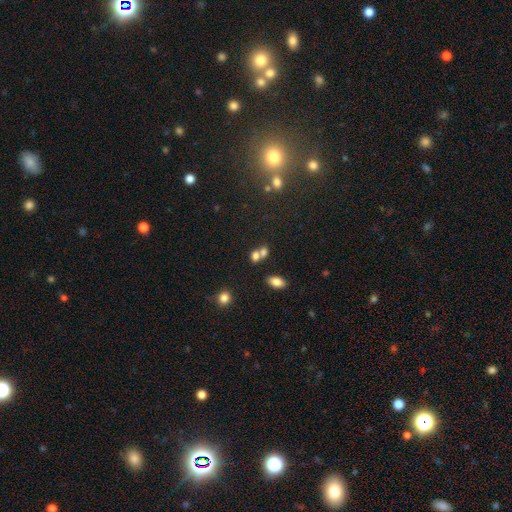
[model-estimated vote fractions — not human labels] Smooth or featured? smooth (73%)
How rounded? in between (55%)
Merging? merger (53%)